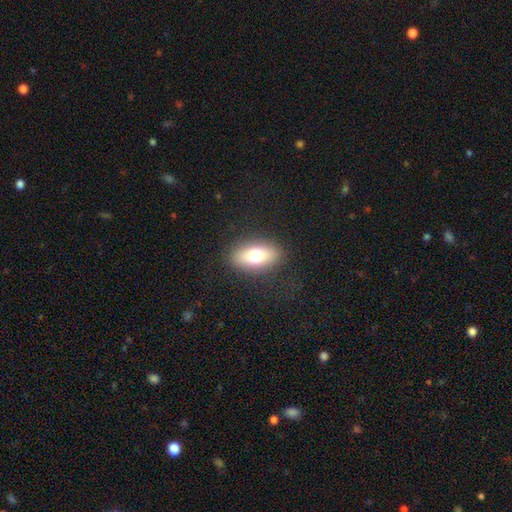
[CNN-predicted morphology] This appears to be a smooth galaxy with no disk features (73%) that is in between round and cigar-shaped (86%). Merging: none (87%).